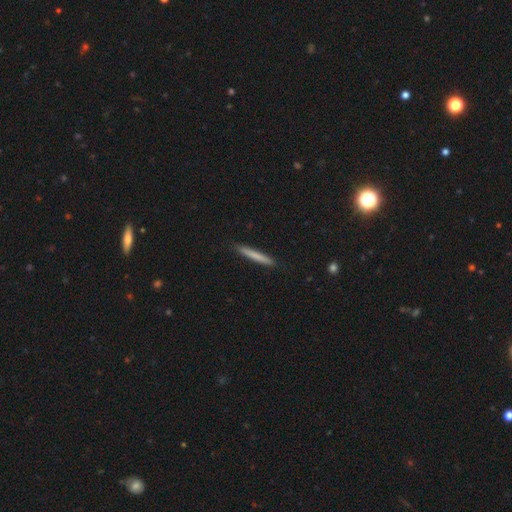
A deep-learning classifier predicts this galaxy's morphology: smooth-or-featured: smooth: 75% | featured or disk: 19% | star or artifact: 6%
  how-rounded: cigar-shaped: 96% | in between: 3% | round: 1%
  merging: none: 90% | minor disturbance: 7% | major disturbance: 1% | merger: 1%